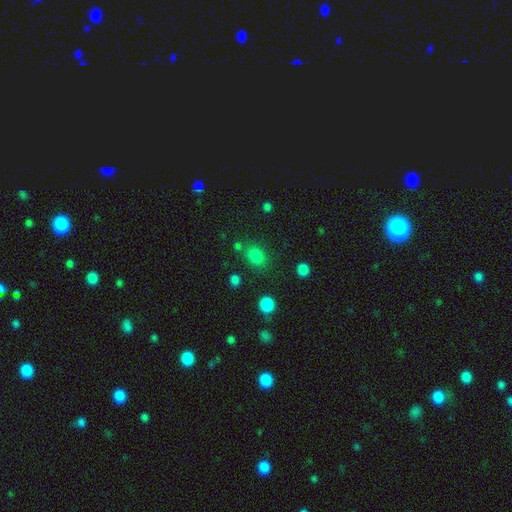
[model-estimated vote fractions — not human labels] smooth-or-featured: smooth: 81% | star or artifact: 14% | featured or disk: 5%
  how-rounded: round: 53% | in between: 46% | cigar-shaped: 1%
  merging: none: 74% | minor disturbance: 12% | merger: 8% | major disturbance: 5%